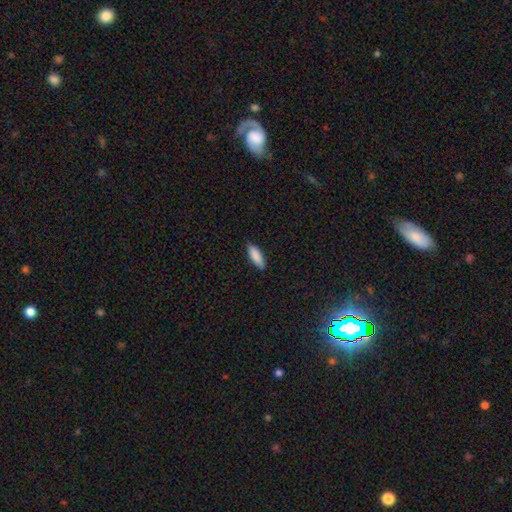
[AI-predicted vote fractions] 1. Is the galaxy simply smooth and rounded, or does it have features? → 88% smooth, 7% featured or disk, 6% star or artifact.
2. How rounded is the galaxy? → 58% in between, 41% cigar-shaped, 2% round.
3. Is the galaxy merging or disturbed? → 87% none, 10% minor disturbance, 2% major disturbance, 1% merger.